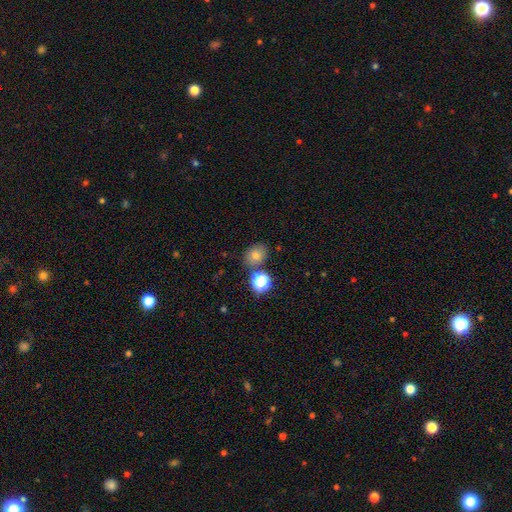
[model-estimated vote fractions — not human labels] Morphology: type=smooth (69%); roundness=round (54%); merging=none (75%).